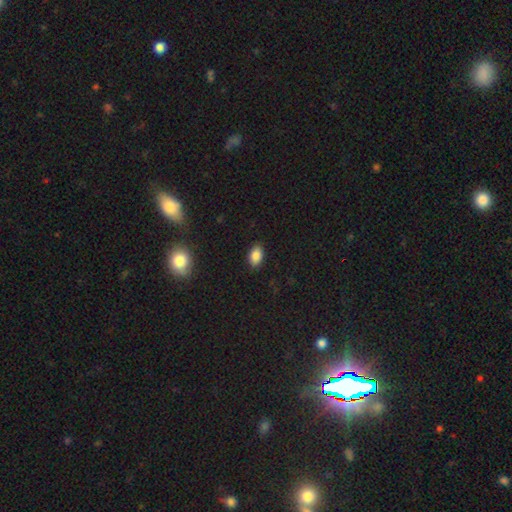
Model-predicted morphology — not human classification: This appears to be a smooth galaxy with no disk features (86%) that is in between round and cigar-shaped (90%). Merging: none (88%).